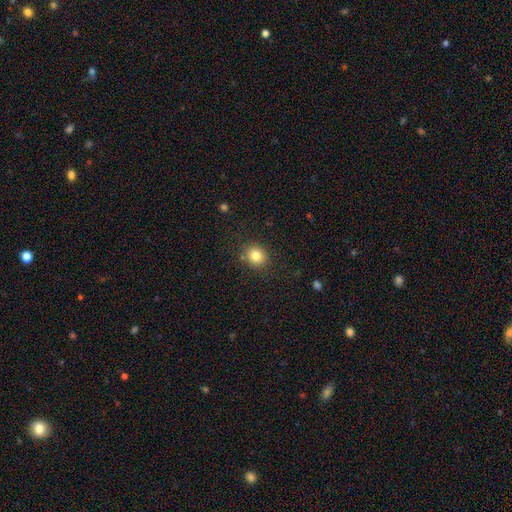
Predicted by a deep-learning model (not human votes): Smooth or featured? Predicted: smooth (p=0.82). How rounded? Predicted: round (p=0.77). Merging? Predicted: none (p=0.85).